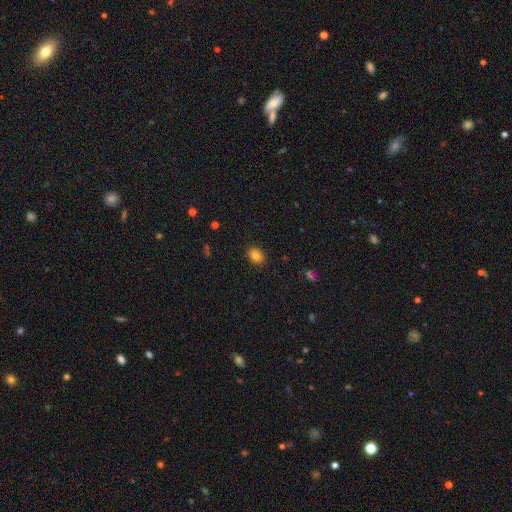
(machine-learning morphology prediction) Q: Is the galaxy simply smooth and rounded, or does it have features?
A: smooth — 83%.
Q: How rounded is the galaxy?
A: in between — 65%.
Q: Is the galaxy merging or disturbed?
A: none — 88%.